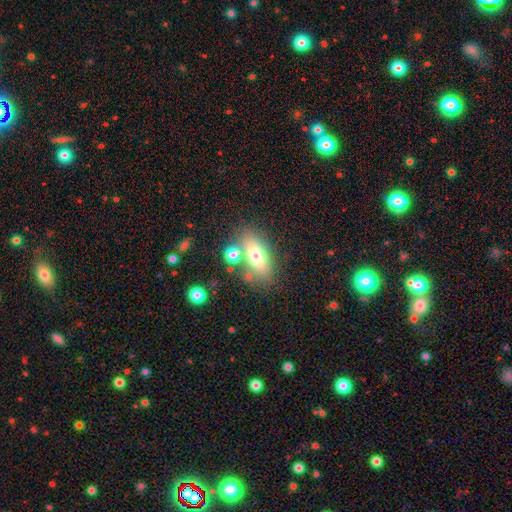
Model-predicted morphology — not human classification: Overall: smooth (68%). How rounded: in between (81%). Merging: none (64%).